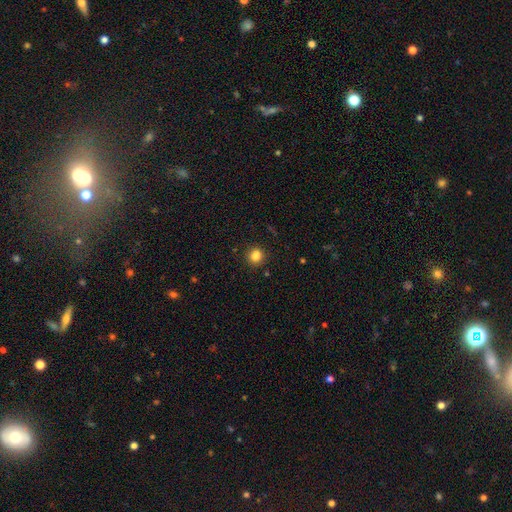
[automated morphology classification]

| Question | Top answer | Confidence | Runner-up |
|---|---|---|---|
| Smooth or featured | smooth | 84% | star or artifact (12%) |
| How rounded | round | 81% | in between (18%) |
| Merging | none | 86% | minor disturbance (9%) |